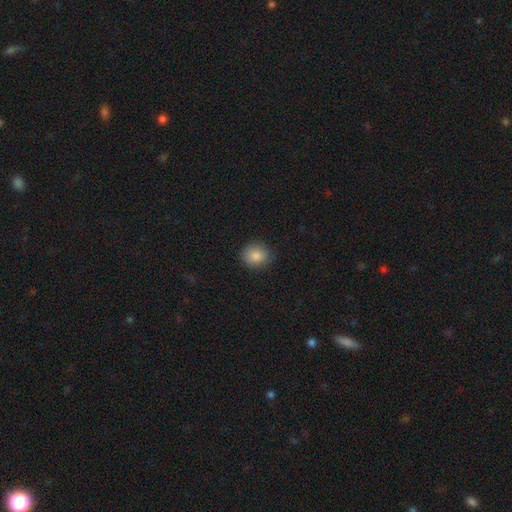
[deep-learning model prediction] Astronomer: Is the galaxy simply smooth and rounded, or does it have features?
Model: smooth — 86%.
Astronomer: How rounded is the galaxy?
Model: round — 77%.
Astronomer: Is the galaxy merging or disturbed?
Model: none — 87%.